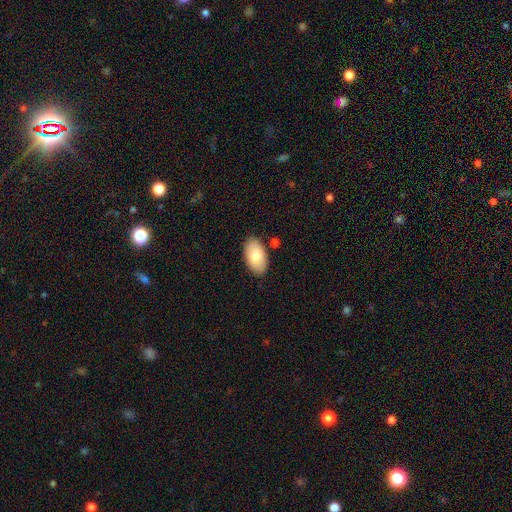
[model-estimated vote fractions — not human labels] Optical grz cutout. It shows a smooth galaxy with no disk features (79%) that is in between round and cigar-shaped (95%). Merging: none (84%).